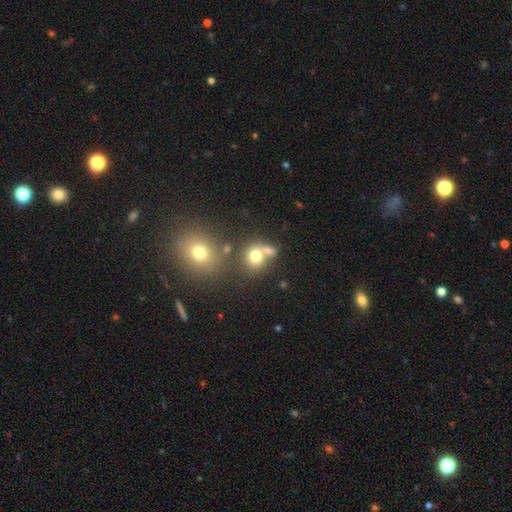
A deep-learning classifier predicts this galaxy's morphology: Smooth or featured? smooth (74%)
How rounded? round (76%)
Merging? none (47%)